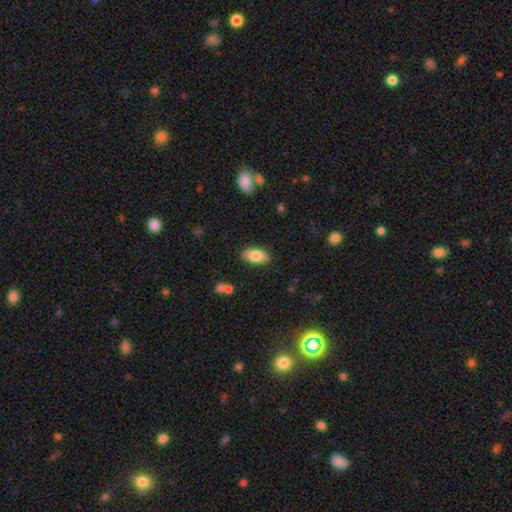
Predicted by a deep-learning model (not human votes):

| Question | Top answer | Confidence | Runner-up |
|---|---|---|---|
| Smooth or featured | smooth | 81% | featured or disk (12%) |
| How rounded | in between | 92% | cigar-shaped (5%) |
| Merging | none | 86% | minor disturbance (10%) |